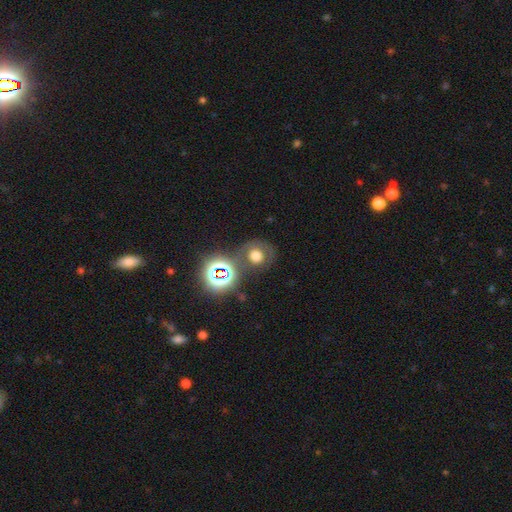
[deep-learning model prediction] smooth-or-featured: smooth: 58% | star or artifact: 24% | featured or disk: 18%
  how-rounded: round: 84% | in between: 15% | cigar-shaped: 1%
  merging: none: 65% | minor disturbance: 14% | merger: 11% | major disturbance: 9%